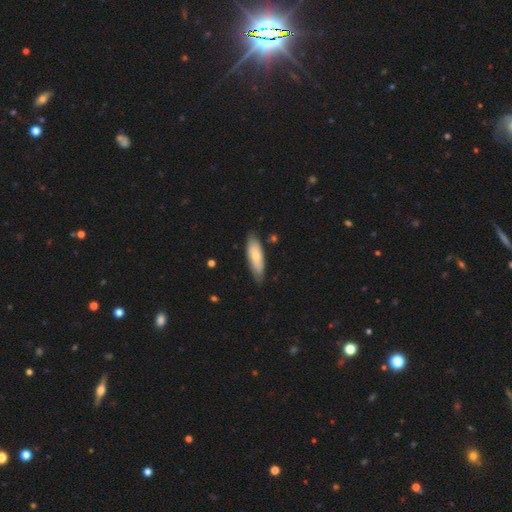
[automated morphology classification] A smooth galaxy with no disk features (66%) that is in between round and cigar-shaped (54%).

Vote fractions:
- Smooth or featured? smooth: 66% / featured or disk: 29% / star or artifact: 5%
- How rounded? in between: 54% / cigar-shaped: 44% / round: 2%
- Merging? none: 77% / minor disturbance: 18% / major disturbance: 3% / merger: 2%